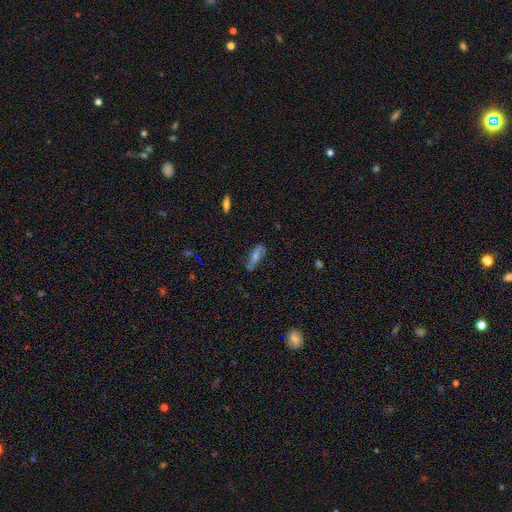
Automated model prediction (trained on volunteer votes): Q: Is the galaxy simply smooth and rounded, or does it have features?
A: featured or disk — 50%.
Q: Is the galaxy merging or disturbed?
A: none — 78%.